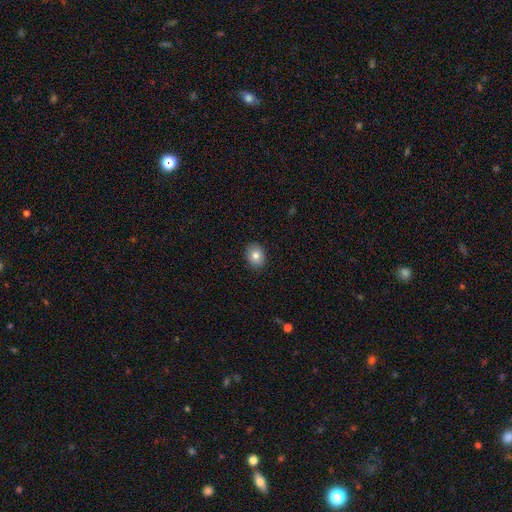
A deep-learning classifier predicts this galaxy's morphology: Smooth or featured?
  - smooth: 81% *
  - featured or disk: 10%
  - star or artifact: 9%
How rounded?
  - round: 50% *
  - in between: 49%
  - cigar-shaped: 1%
Merging?
  - none: 90% *
  - minor disturbance: 7%
  - major disturbance: 2%
  - merger: 1%